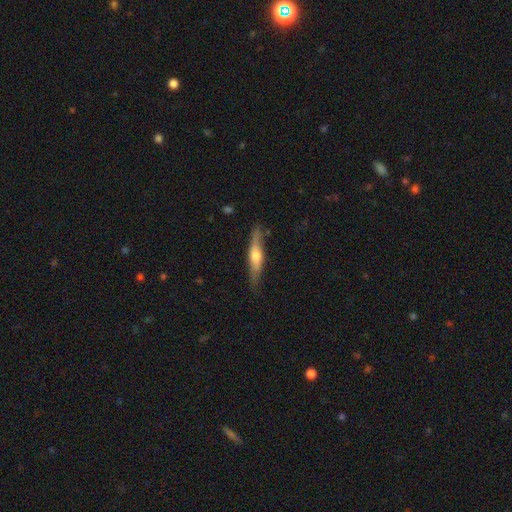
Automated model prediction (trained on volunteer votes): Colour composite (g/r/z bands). It shows a featured or disk galaxy (52%) viewed edge-on (91%). Merging: none (78%).